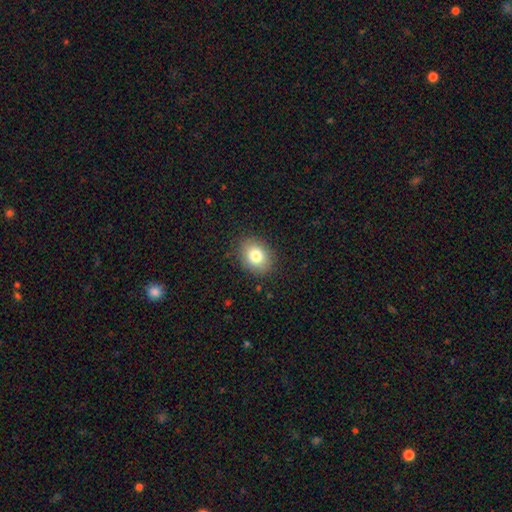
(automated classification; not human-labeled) Q: Smooth or featured?
A: smooth (80%); runner-up: featured or disk (10%)
Q: How rounded?
A: in between (60%); runner-up: round (39%)
Q: Merging?
A: none (86%); runner-up: minor disturbance (10%)